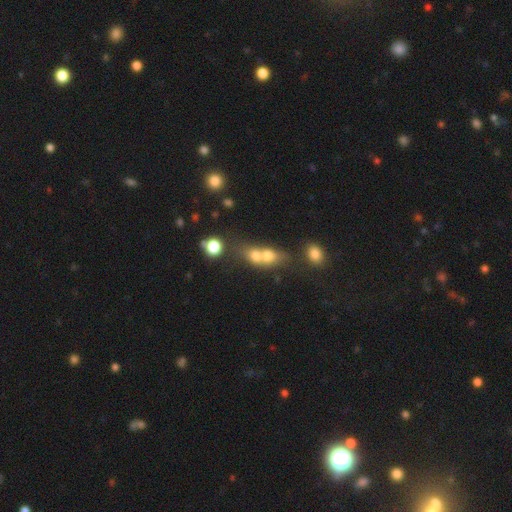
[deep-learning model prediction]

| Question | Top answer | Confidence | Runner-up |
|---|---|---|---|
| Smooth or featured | smooth | 66% | featured or disk (21%) |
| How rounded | round | 52% | in between (42%) |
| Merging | merger | 70% | none (20%) |